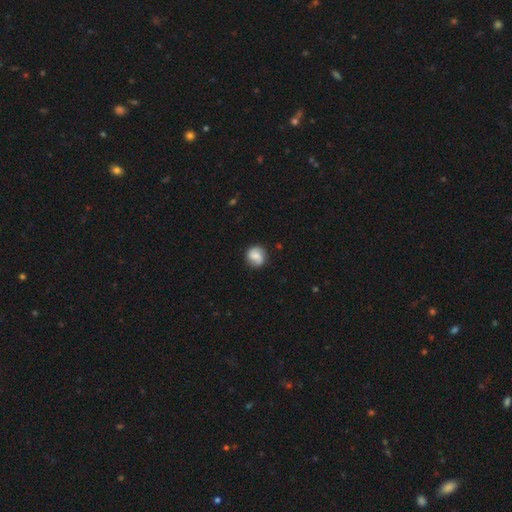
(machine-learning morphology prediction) smooth-or-featured: smooth: 61% | featured or disk: 30% | star or artifact: 8%
  how-rounded: round: 86% | in between: 13% | cigar-shaped: 1%
  merging: none: 80% | minor disturbance: 15% | major disturbance: 4% | merger: 2%